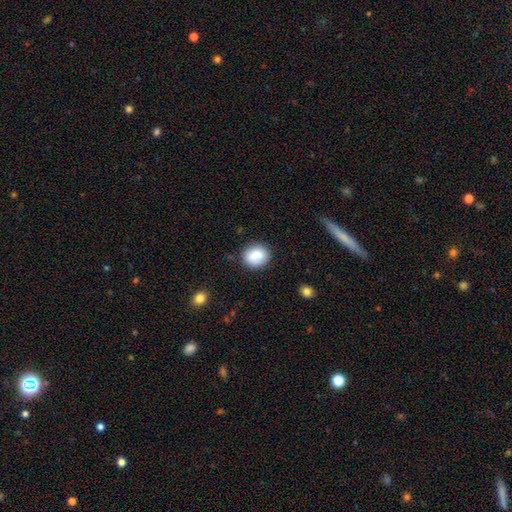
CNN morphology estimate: type=smooth (83%); roundness=round (62%); merging=none (83%).